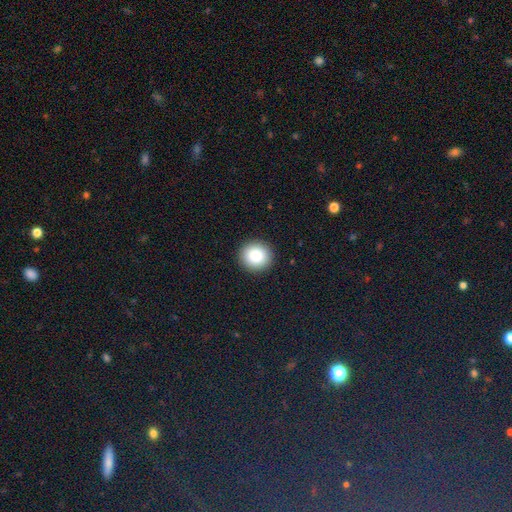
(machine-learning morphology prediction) Q: Smooth or featured?
A: smooth (87%); runner-up: star or artifact (9%)
Q: How rounded?
A: round (90%); runner-up: in between (9%)
Q: Merging?
A: none (92%); runner-up: minor disturbance (5%)